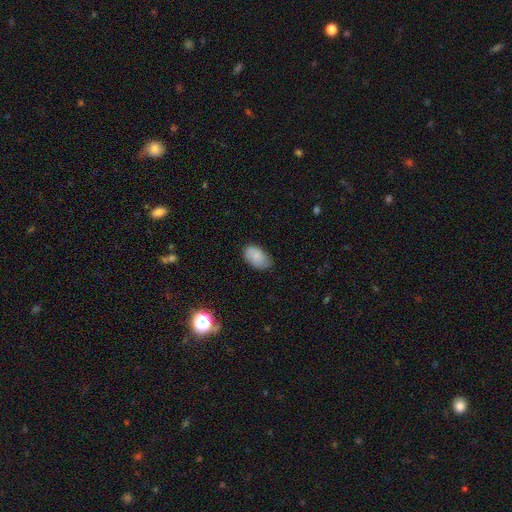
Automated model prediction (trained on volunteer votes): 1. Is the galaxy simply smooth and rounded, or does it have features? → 84% smooth, 8% featured or disk, 8% star or artifact.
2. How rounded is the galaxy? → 92% in between, 6% round, 1% cigar-shaped.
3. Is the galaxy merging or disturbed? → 71% none, 24% minor disturbance, 4% major disturbance, 1% merger.